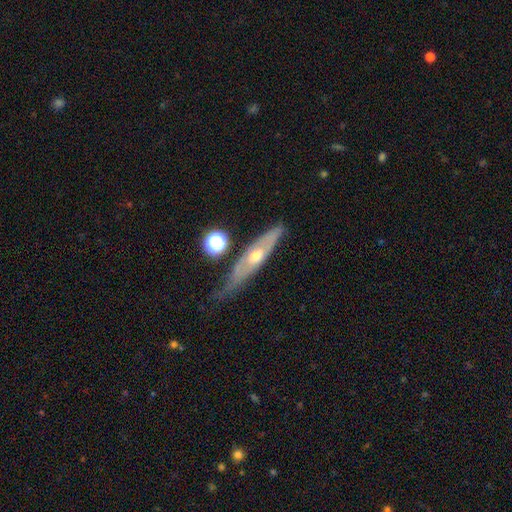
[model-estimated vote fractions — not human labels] Smooth or featured? featured or disk (60%)
Edge-on disk? yes (57%)
Merging? none (56%)